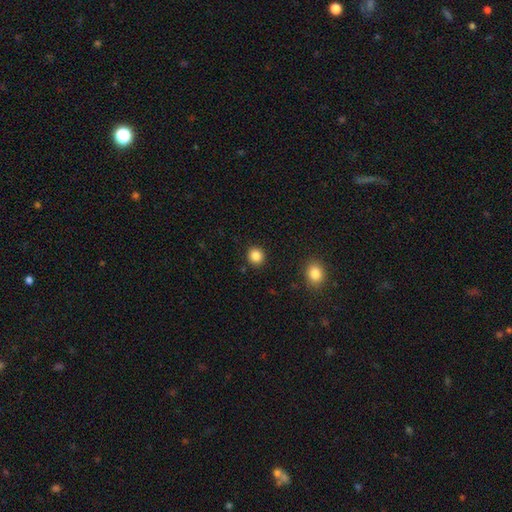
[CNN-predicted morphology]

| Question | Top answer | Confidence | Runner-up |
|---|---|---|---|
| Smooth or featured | smooth | 85% | star or artifact (11%) |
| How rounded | round | 89% | in between (10%) |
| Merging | none | 91% | minor disturbance (6%) |